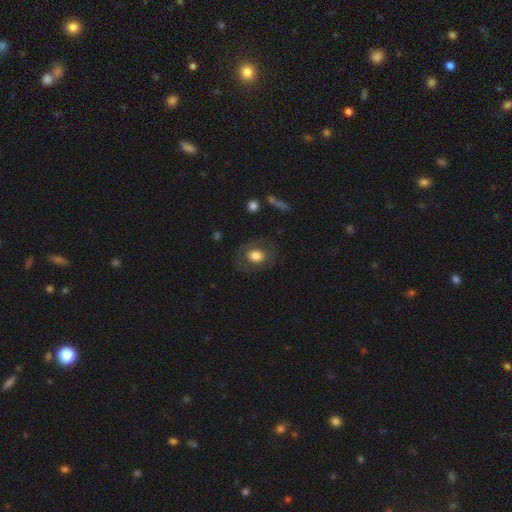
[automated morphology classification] Smooth or featured? smooth (70%)
How rounded? in between (52%)
Merging? none (77%)